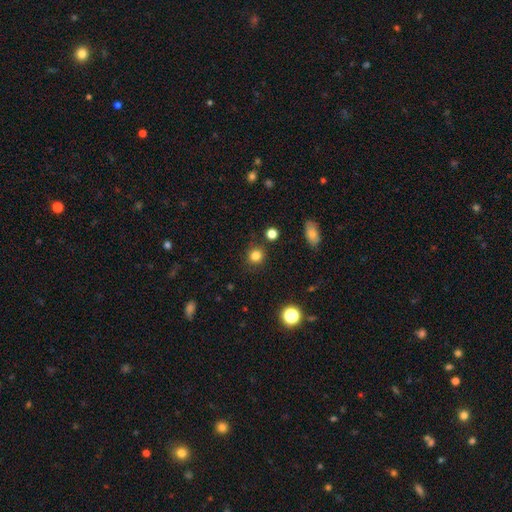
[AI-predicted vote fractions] smooth-or-featured: smooth: 83% | star or artifact: 13% | featured or disk: 5%
  how-rounded: round: 86% | in between: 13% | cigar-shaped: 1%
  merging: none: 85% | minor disturbance: 9% | major disturbance: 3% | merger: 3%